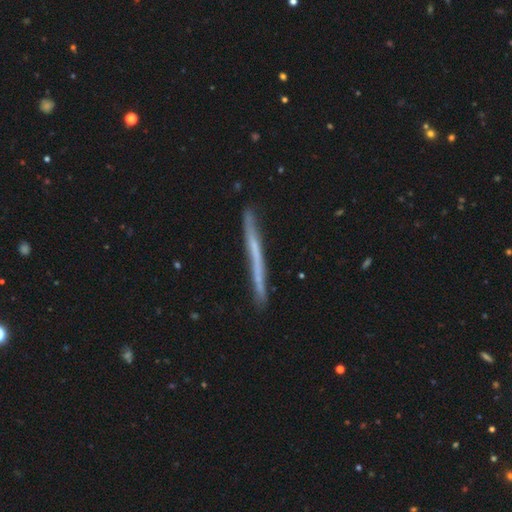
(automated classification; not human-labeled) smooth_or_featured: featured or disk (p=0.58) [alt: smooth p=0.35]
disk_edge_on: yes (p=0.96) [alt: no p=0.04]
edge_on_bulge: none (p=0.86) [alt: rounded p=0.10]
merging: none (p=0.86) [alt: minor disturbance p=0.11]